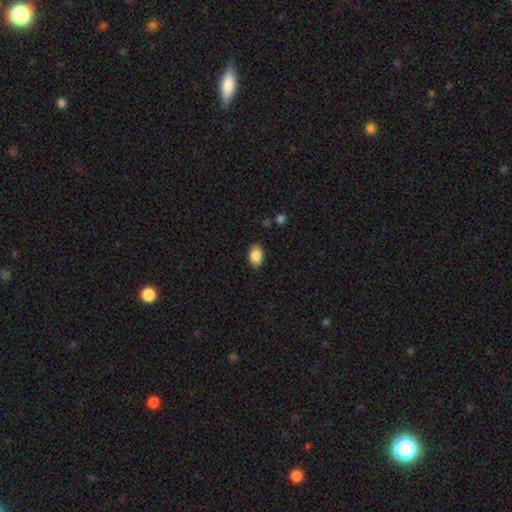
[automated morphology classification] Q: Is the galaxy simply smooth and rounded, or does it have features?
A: smooth — 87%.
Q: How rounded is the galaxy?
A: in between — 86%.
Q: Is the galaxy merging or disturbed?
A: none — 86%.